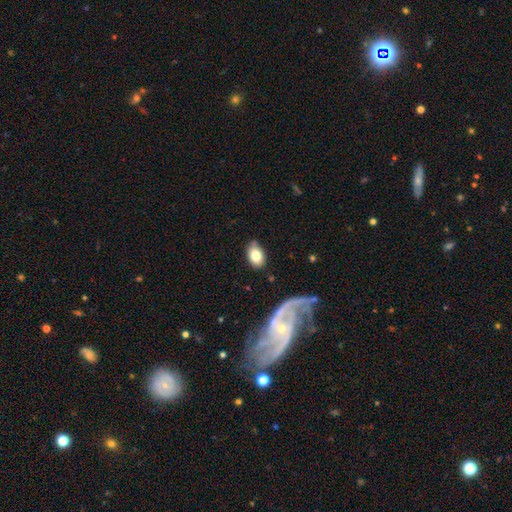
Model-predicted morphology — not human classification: Smooth or featured: smooth — 78% (featured or disk — 15%)
How rounded: in between — 85% (round — 13%)
Merging: none — 76% (minor disturbance — 16%)